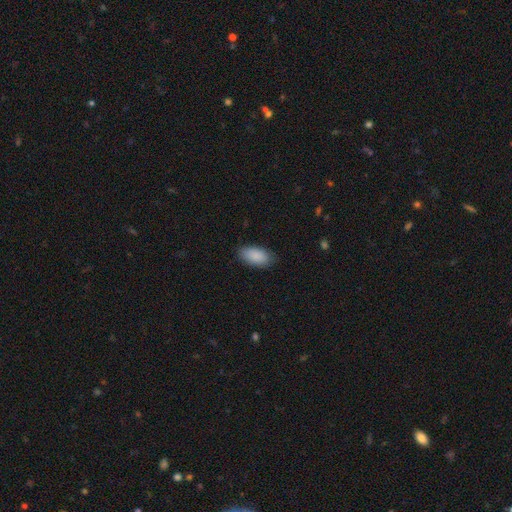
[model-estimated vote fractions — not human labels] This is clearly a smooth galaxy (90%). How rounded: clearly in between (94%). Merging: clearly none (84%).